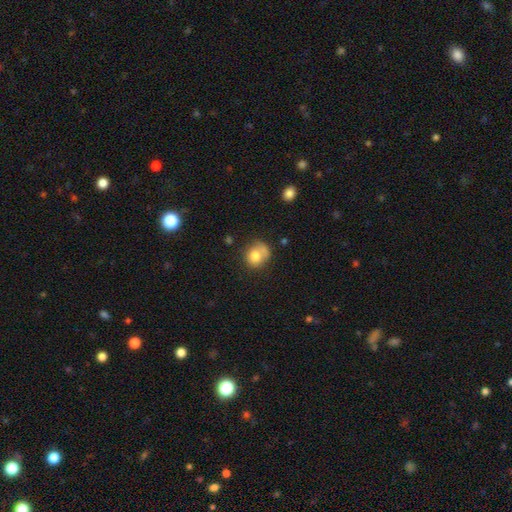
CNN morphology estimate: This is likely a smooth galaxy (75%). How rounded: likely round (74%). Merging: possibly none (47%).